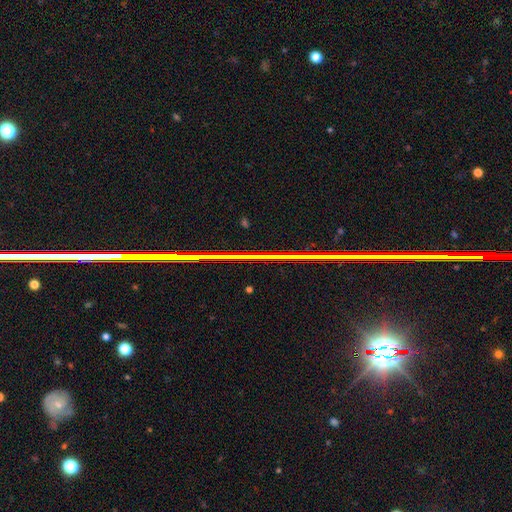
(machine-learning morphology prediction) The model was most divided on "smooth or featured": star or artifact: 82%, featured or disk: 11%, smooth: 7%.